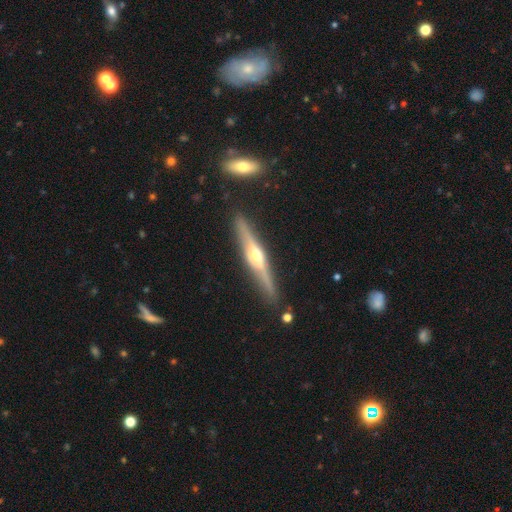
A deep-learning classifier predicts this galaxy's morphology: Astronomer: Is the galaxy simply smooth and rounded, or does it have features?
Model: featured or disk — 76%.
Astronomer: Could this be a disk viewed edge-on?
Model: yes — 96%.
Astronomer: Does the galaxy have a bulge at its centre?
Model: rounded — 89%.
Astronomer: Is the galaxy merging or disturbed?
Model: none — 87%.